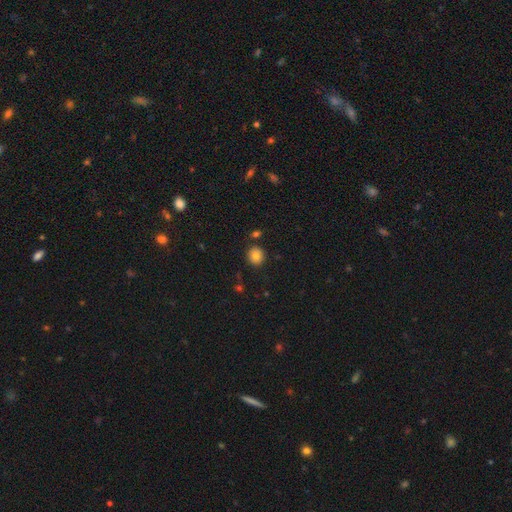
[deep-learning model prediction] smooth_or_featured: smooth (p=0.80) [alt: star or artifact p=0.11]
how_rounded: round (p=0.88) [alt: in between p=0.11]
merging: none (p=0.85) [alt: minor disturbance p=0.08]